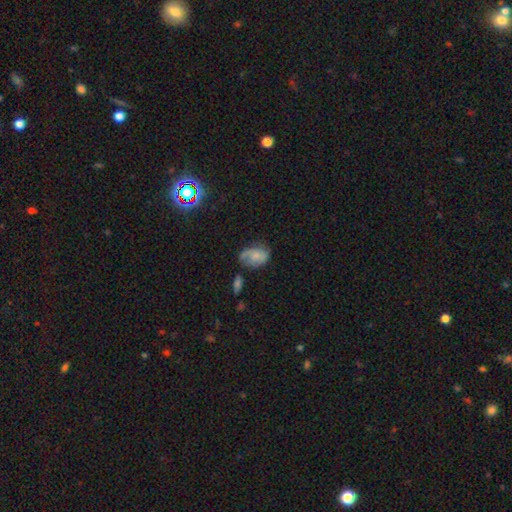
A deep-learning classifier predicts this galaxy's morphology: Overall: smooth (47%; featured or disk 44%). Merging: none (45%; minor disturbance 32%).